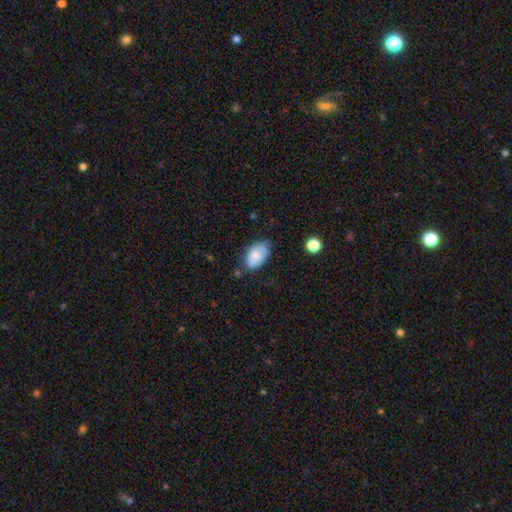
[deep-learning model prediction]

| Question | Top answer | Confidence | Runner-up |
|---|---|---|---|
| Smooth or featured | smooth | 81% | featured or disk (11%) |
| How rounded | in between | 93% | round (5%) |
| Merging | none | 62% | minor disturbance (28%) |